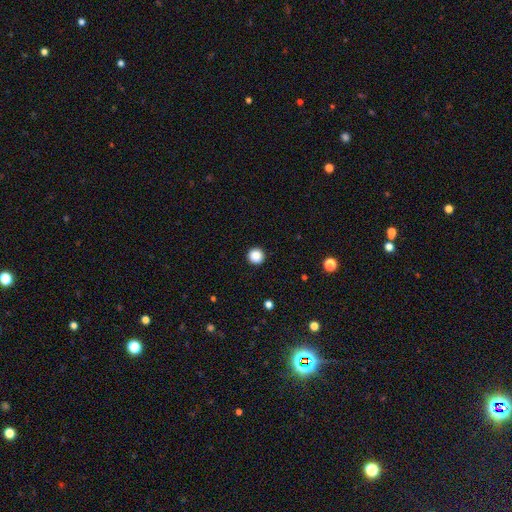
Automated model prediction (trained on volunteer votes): The model was most divided on "smooth or featured": smooth: 88%, star or artifact: 10%, featured or disk: 2%. More confident: how rounded — round (96%); merging — none (93%).